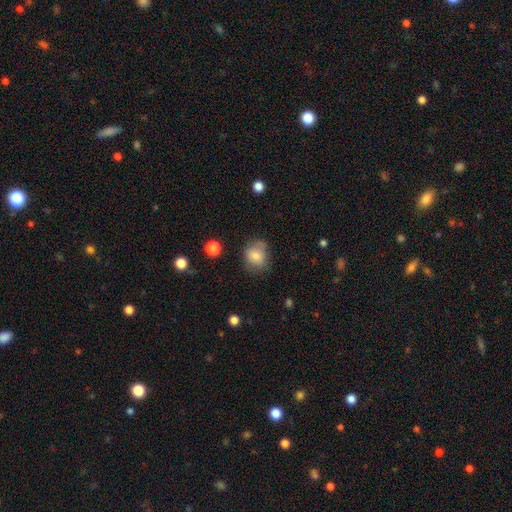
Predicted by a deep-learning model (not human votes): smooth_or_featured: smooth (p=0.79) [alt: featured or disk p=0.11]
how_rounded: round (p=0.65) [alt: in between p=0.34]
merging: none (p=0.59) [alt: minor disturbance p=0.27]